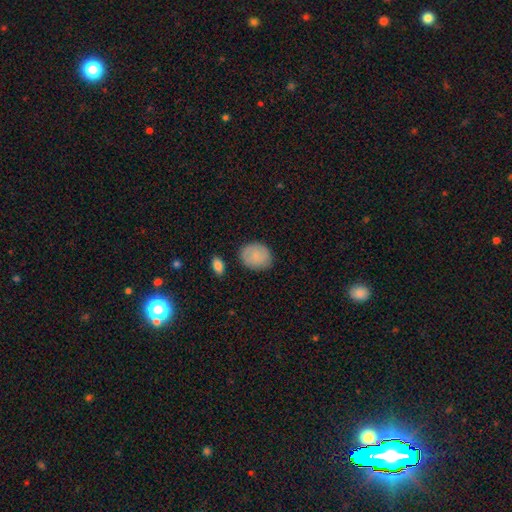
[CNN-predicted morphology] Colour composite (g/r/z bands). It shows a smooth galaxy with no disk features (84%) that is round (51%). Merging: none (81%).